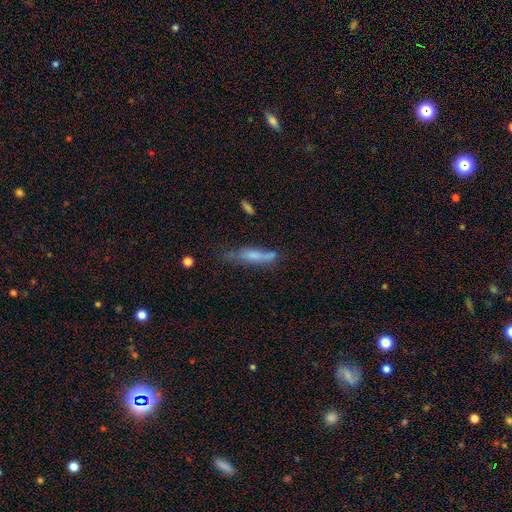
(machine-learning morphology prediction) This appears to be a smooth galaxy with no disk features (61%) that is cigar-shaped (79%). Merging: none (49%).